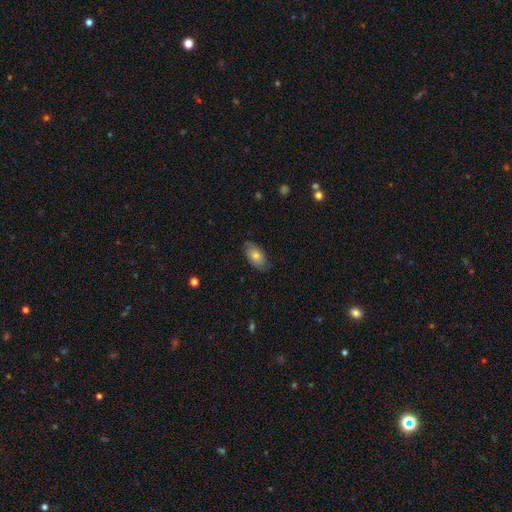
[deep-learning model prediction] Smooth or featured? smooth (68%)
How rounded? in between (91%)
Merging? none (80%)